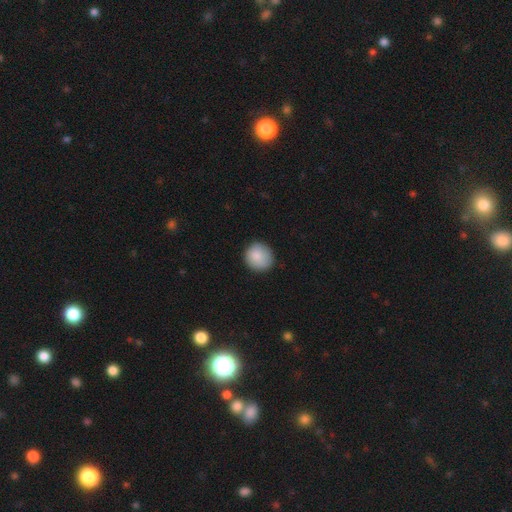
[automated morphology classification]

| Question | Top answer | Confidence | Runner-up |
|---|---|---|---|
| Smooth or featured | smooth | 87% | star or artifact (7%) |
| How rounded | round | 91% | in between (8%) |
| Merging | none | 86% | minor disturbance (11%) |